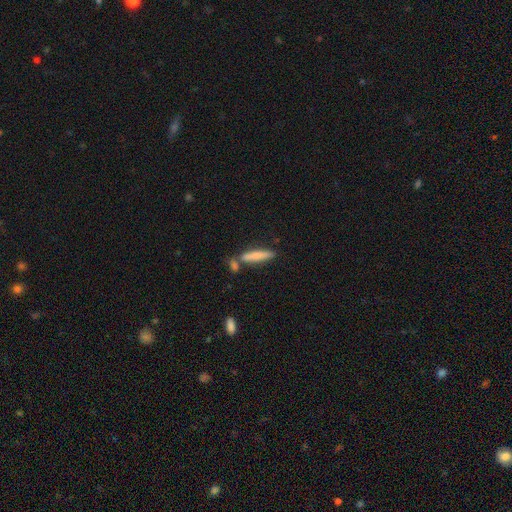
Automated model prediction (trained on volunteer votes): Overall: smooth (72%). How rounded: cigar-shaped (86%). Merging: none (65%).